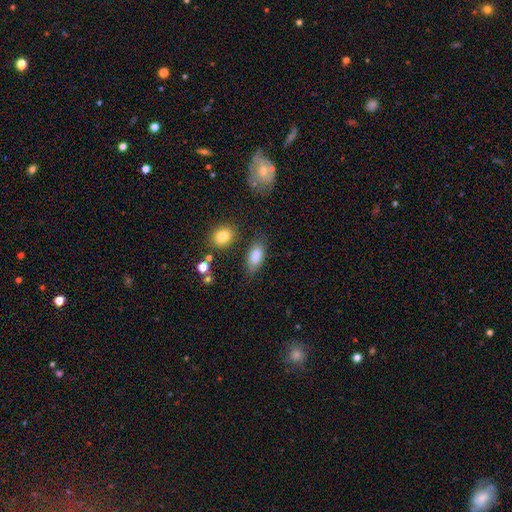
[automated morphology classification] smooth-or-featured: smooth: 83% | featured or disk: 9% | star or artifact: 8%
  how-rounded: in between: 88% | cigar-shaped: 7% | round: 5%
  merging: none: 73% | minor disturbance: 17% | merger: 5% | major disturbance: 5%